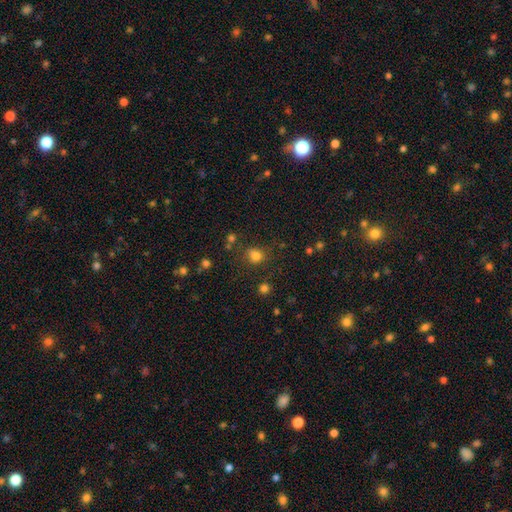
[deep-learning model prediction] This is likely a smooth galaxy (79%). How rounded: likely round (73%). Merging: likely none (74%).